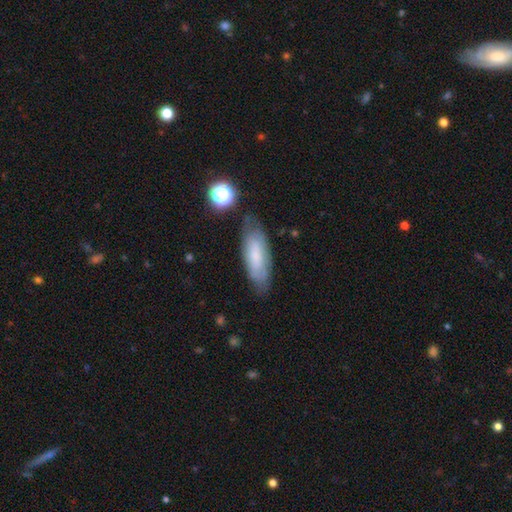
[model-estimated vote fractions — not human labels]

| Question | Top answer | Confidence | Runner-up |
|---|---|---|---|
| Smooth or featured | smooth | 65% | featured or disk (26%) |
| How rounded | in between | 67% | cigar-shaped (31%) |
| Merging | none | 74% | minor disturbance (18%) |